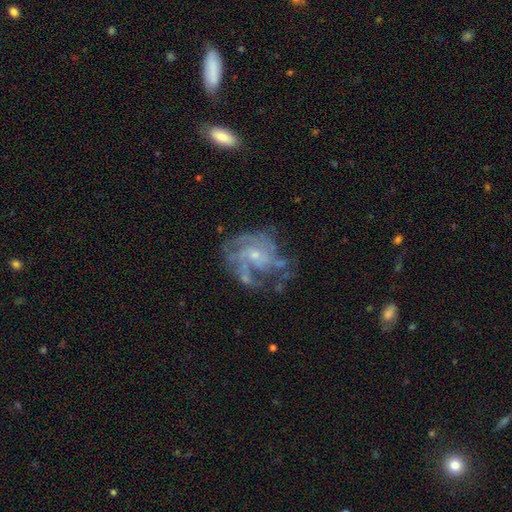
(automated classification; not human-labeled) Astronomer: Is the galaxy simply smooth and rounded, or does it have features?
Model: featured or disk — 83%.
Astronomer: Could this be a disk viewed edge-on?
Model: no — 98%.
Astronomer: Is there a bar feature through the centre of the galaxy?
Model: no — 69%.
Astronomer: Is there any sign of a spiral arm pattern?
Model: yes — 90%.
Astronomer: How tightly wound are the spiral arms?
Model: tight — 46% (runner-up: medium, 41%).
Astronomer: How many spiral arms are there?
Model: can't tell — 30% (runner-up: 3, 26%).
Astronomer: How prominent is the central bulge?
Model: small — 69%.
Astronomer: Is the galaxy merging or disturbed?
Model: none — 55%.